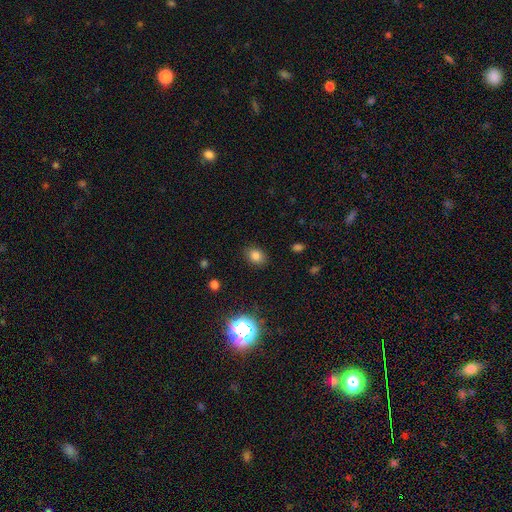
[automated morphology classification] smooth_or_featured: smooth (p=0.80) [alt: star or artifact p=0.14]
how_rounded: in between (p=0.56) [alt: round p=0.43]
merging: none (p=0.86) [alt: minor disturbance p=0.10]